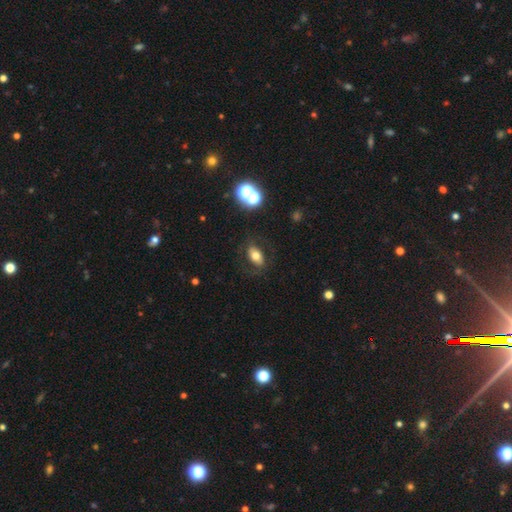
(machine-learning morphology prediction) This is likely a smooth galaxy (61%). How rounded: clearly in between (86%). Merging: likely none (76%).